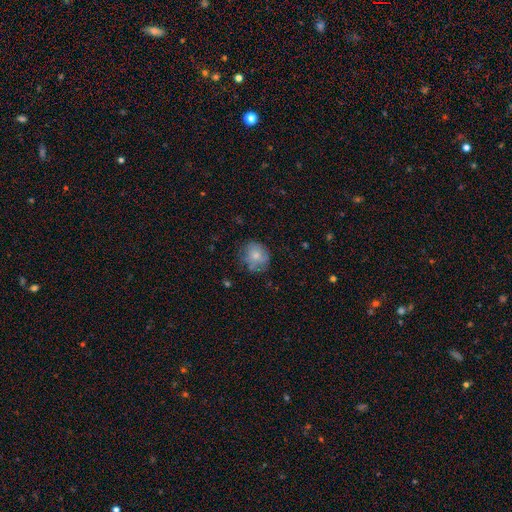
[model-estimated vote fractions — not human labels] Smooth or featured? smooth (70%)
How rounded? round (75%)
Merging? none (65%)